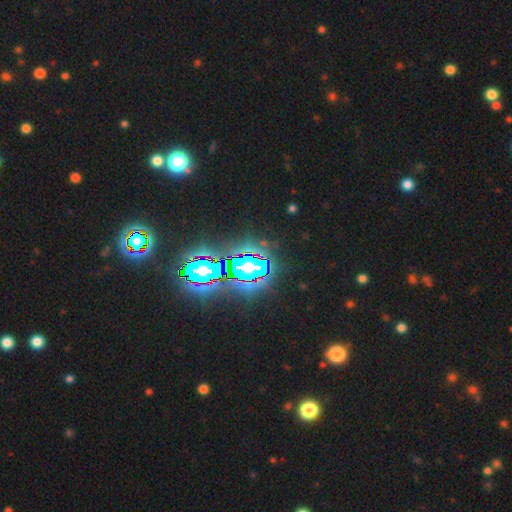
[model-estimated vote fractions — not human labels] A star or artifact, not a galaxy (84%).